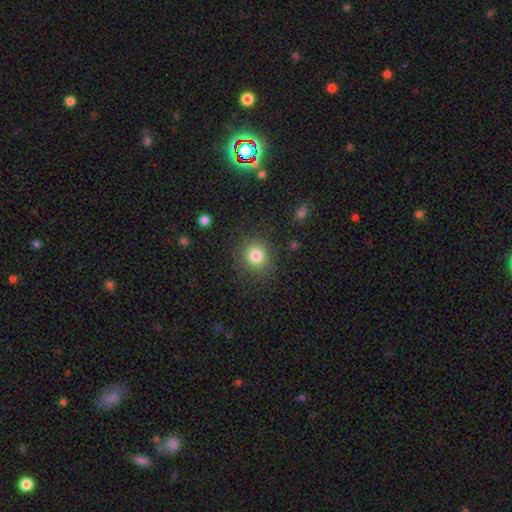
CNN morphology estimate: This is clearly a smooth galaxy (81%). How rounded: clearly round (88%). Merging: clearly none (85%).